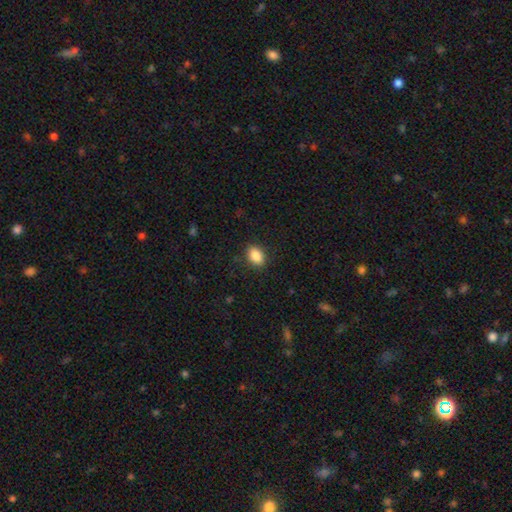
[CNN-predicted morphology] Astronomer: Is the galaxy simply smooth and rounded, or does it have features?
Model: smooth — 87%.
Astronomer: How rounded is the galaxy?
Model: in between — 82%.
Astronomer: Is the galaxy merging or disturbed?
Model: none — 87%.